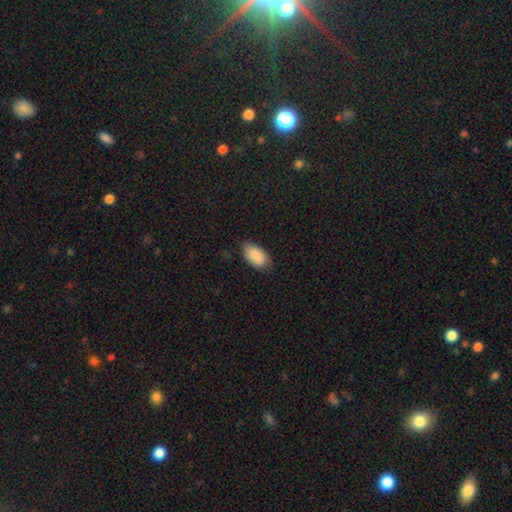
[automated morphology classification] Smooth or featured? Predicted: smooth (p=0.89). How rounded? Predicted: in between (p=0.94). Merging? Predicted: none (p=0.77).